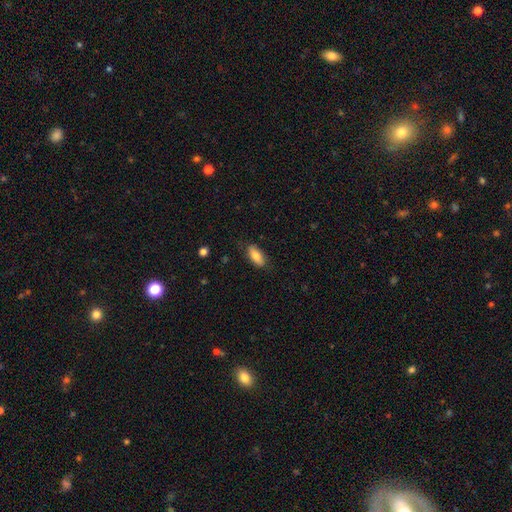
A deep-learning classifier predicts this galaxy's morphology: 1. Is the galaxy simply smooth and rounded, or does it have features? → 79% smooth, 14% featured or disk, 7% star or artifact.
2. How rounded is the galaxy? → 83% in between, 15% cigar-shaped, 2% round.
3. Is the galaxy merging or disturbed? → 82% none, 14% minor disturbance, 3% major disturbance, 1% merger.